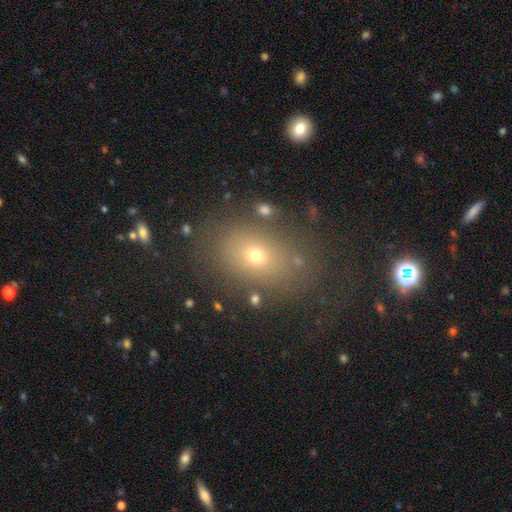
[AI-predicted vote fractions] smooth 64%, star or artifact 19%, featured or disk 16%. Down the decision tree: how rounded — in between (68%); merging — none (77%).